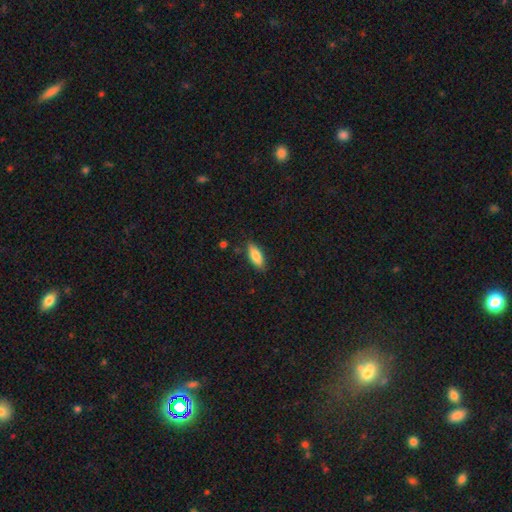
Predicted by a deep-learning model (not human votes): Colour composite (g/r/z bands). It shows a smooth galaxy with no disk features (83%) that is in between round and cigar-shaped (72%). Merging: none (85%).